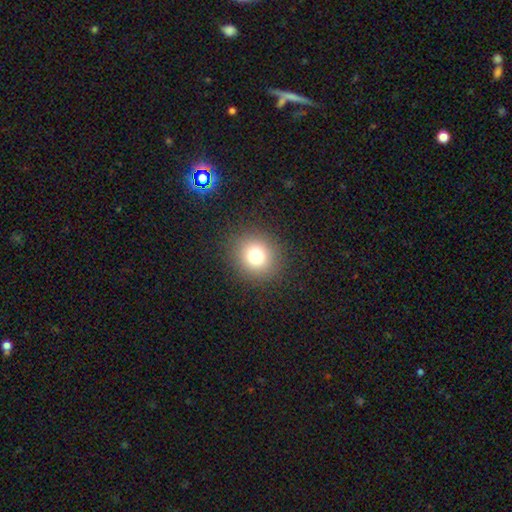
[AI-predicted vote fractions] The model was most divided on "smooth or featured": smooth: 76%, star or artifact: 15%, featured or disk: 9%. More confident: merging — none (90%); how rounded — round (87%).